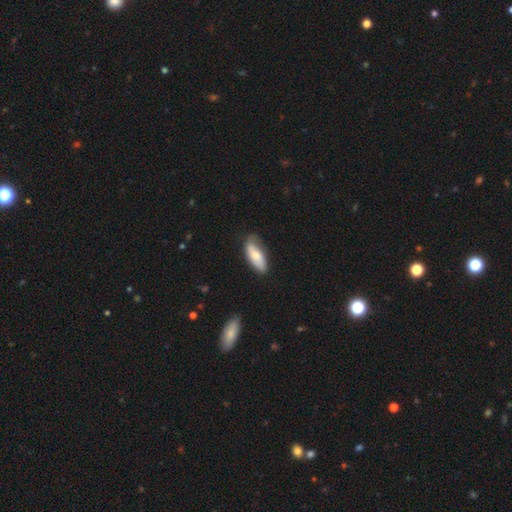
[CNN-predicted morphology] A smooth galaxy with no disk features (69%) that is in between round and cigar-shaped (79%). Merging: none (61%).